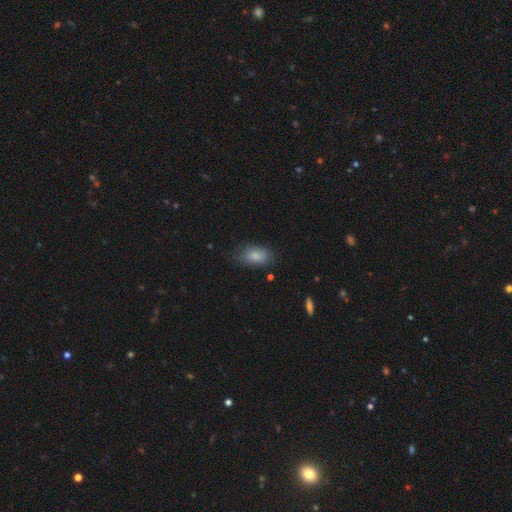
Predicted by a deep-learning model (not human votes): A smooth galaxy with no disk features (83%) that is in between round and cigar-shaped (91%).

Vote fractions:
- Smooth or featured? smooth: 83% / featured or disk: 10% / star or artifact: 7%
- How rounded? in between: 91% / round: 6% / cigar-shaped: 3%
- Merging? none: 73% / minor disturbance: 20% / major disturbance: 5% / merger: 2%